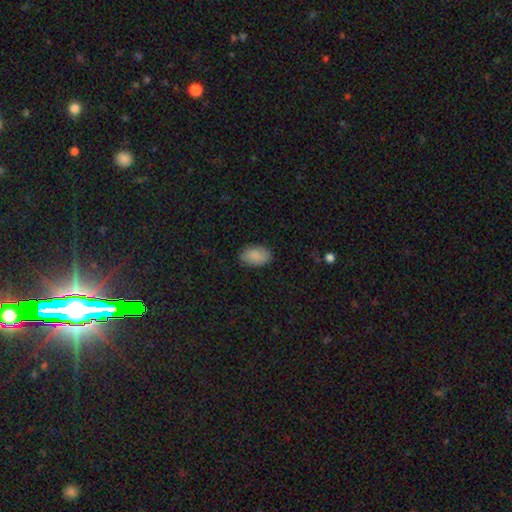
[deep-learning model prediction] smooth 89%, star or artifact 7%, featured or disk 4%. Down the decision tree: how rounded — in between (92%); merging — none (84%).